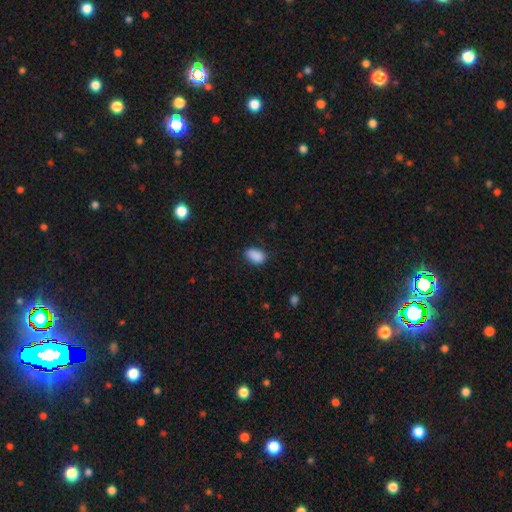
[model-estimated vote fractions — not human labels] Overall: smooth (89%). How rounded: in between (91%). Merging: none (79%).